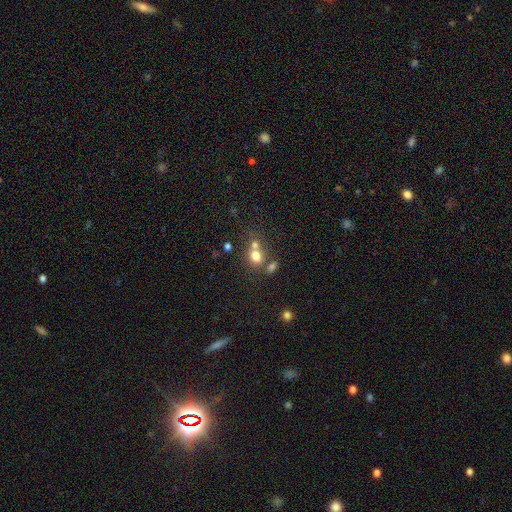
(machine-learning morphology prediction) Q: Smooth or featured?
A: smooth (73%); runner-up: star or artifact (15%)
Q: How rounded?
A: round (64%); runner-up: in between (35%)
Q: Merging?
A: merger (43%); tied with: none (43%)